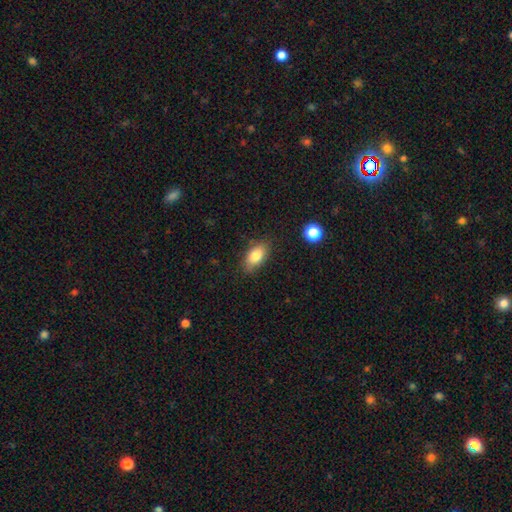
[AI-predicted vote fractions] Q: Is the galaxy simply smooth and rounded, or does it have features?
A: smooth — 81%.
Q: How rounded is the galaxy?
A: in between — 88%.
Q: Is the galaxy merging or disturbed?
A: none — 80%.